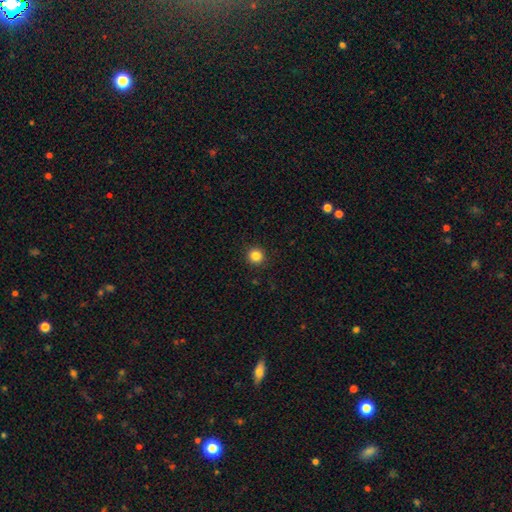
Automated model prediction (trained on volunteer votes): Smooth or featured? smooth (85%)
How rounded? round (95%)
Merging? none (93%)